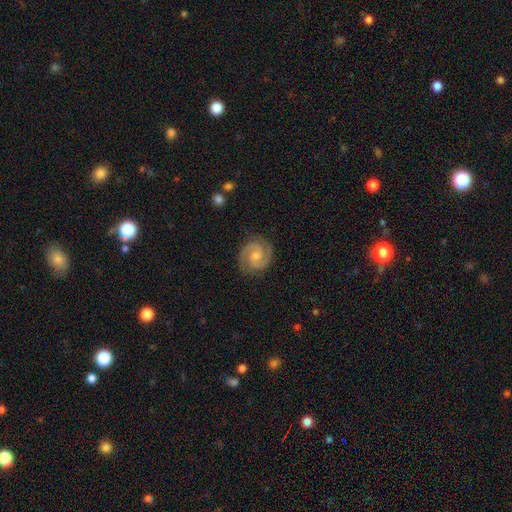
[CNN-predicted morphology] type=featured or disk (90%); edge-on=no (98%); bar=no (49%); spiral arms=yes (98%); winding=tight (53%); arm count=2 (93%); bulge=small (51%); merging=none (87%).